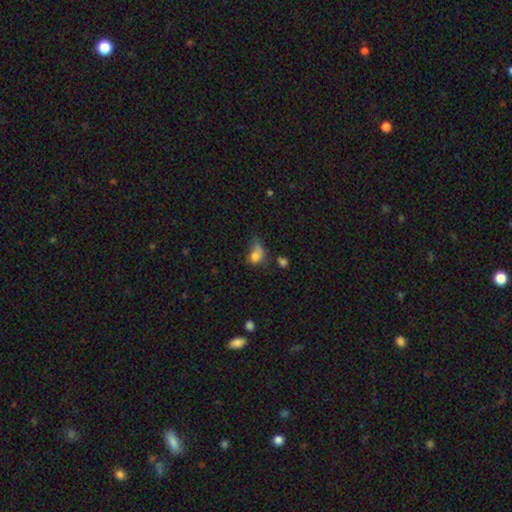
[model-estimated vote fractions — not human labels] Overall: smooth (74%). How rounded: in between (58%; round 40%). Merging: major disturbance (30%; minor disturbance 29%).